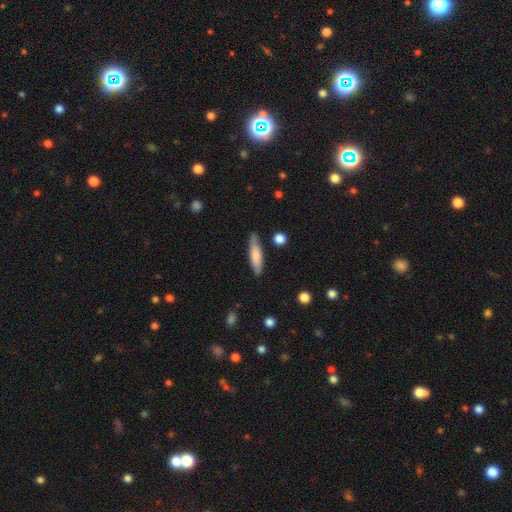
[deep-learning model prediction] Morphology: type=smooth (74%); roundness=cigar-shaped (68%); merging=none (77%).